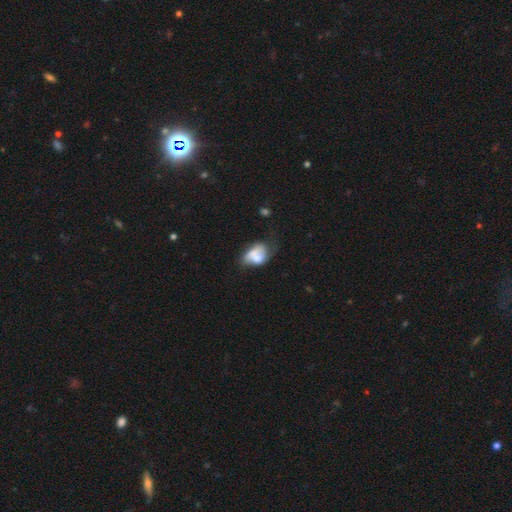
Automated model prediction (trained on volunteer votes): This is possibly a smooth galaxy (58%). How rounded: likely in between (79%). Merging: marginally merger (33%).